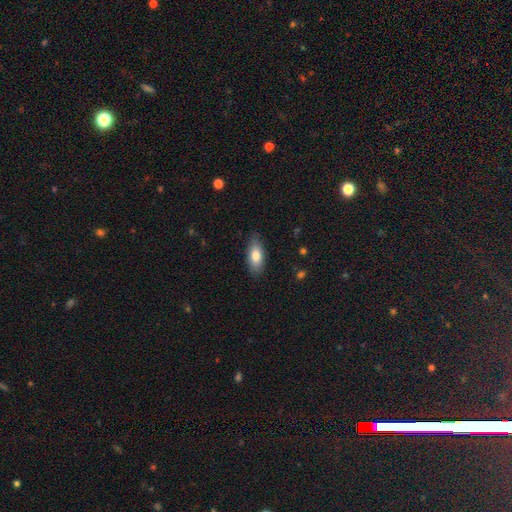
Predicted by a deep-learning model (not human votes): Q: Smooth or featured?
A: smooth (79%); runner-up: featured or disk (14%)
Q: How rounded?
A: in between (81%); runner-up: cigar-shaped (16%)
Q: Merging?
A: none (83%); runner-up: minor disturbance (13%)